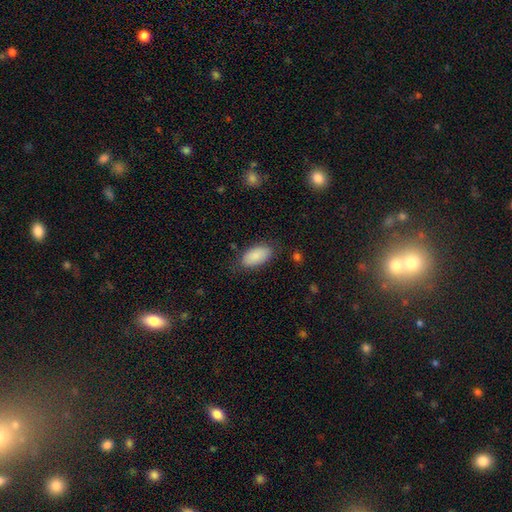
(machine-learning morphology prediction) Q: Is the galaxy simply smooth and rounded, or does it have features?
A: smooth — 89%.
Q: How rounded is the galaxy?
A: in between — 94%.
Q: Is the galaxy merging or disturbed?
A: none — 80%.